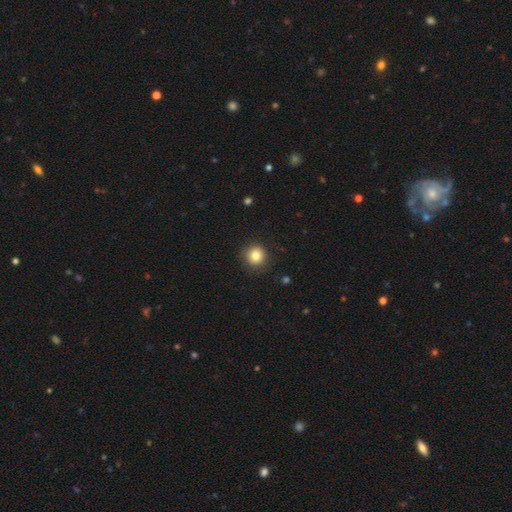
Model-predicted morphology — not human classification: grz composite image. It shows a smooth galaxy with no disk features (83%) that is round (93%). Merging: none (89%).